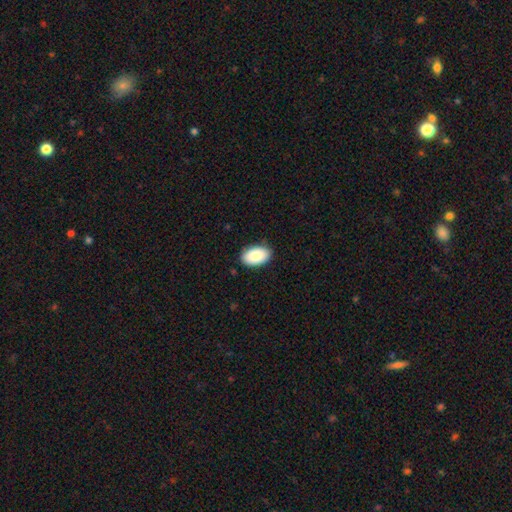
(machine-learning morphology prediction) Smooth or featured? smooth (88%)
How rounded? in between (94%)
Merging? none (87%)